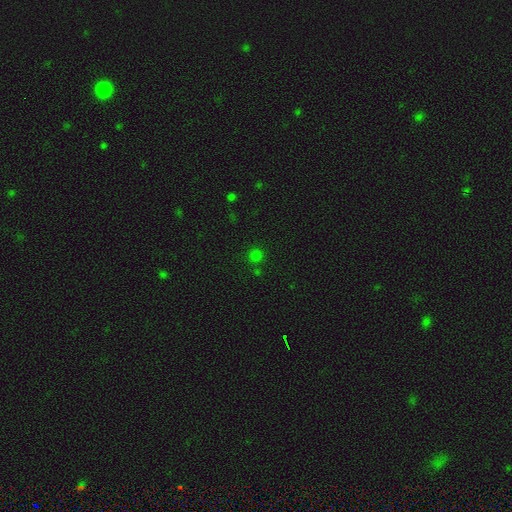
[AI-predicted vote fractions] Morphology: type=smooth (72%); roundness=round (93%); merging=none (84%).